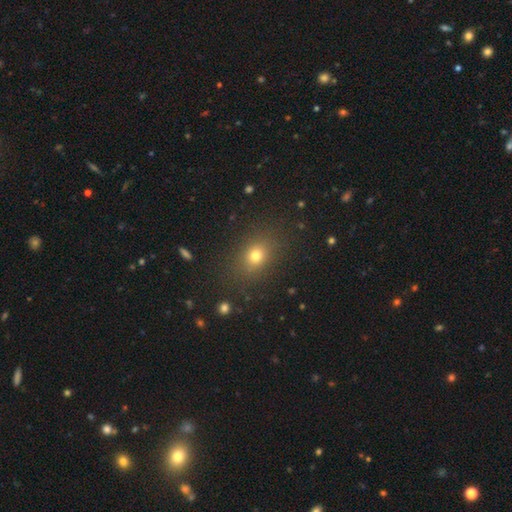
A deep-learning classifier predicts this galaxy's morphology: This is likely a smooth galaxy (73%). How rounded: possibly in between (51%). Merging: clearly none (84%).